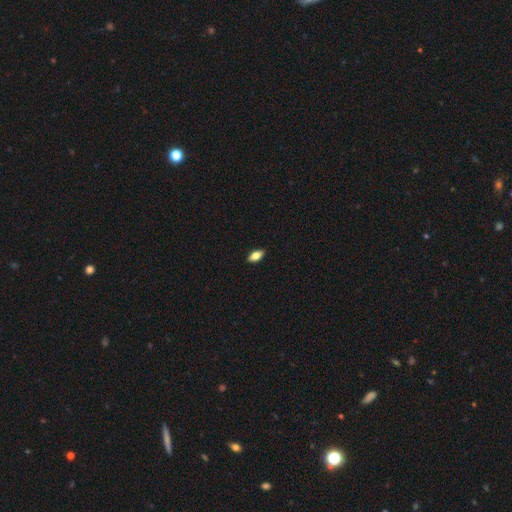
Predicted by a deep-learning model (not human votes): The model was most divided on "smooth or featured": smooth: 77%, featured or disk: 16%, star or artifact: 8%. More confident: merging — none (90%); how rounded — in between (88%).